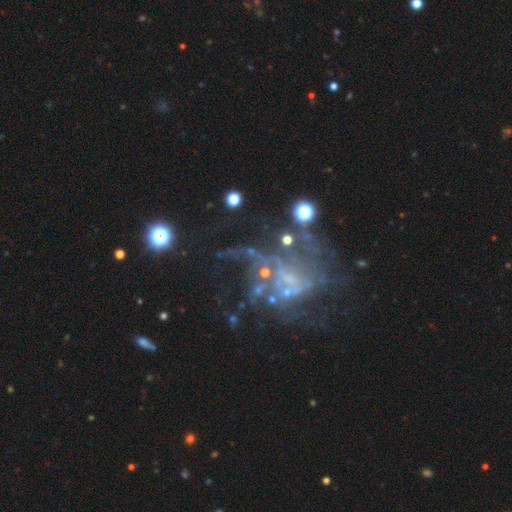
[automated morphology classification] Smooth or featured? Predicted: featured or disk (p=0.64). Edge-on disk? Predicted: no (p=0.97). Bar? Predicted: no (p=0.67). Spiral arms? Predicted: no (p=0.52). Bulge size? Predicted: none (p=0.58). Merging? Predicted: major disturbance (p=0.44).